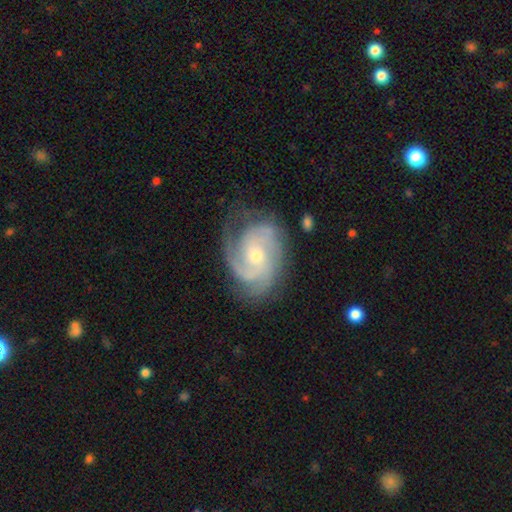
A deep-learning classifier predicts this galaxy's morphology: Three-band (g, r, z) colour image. It shows a featured or disk galaxy (89%) with no bar (67%), 3 (41%) tight (49%) spiral arms (98%) and a small central bulge (57%). Merging: none (70%).